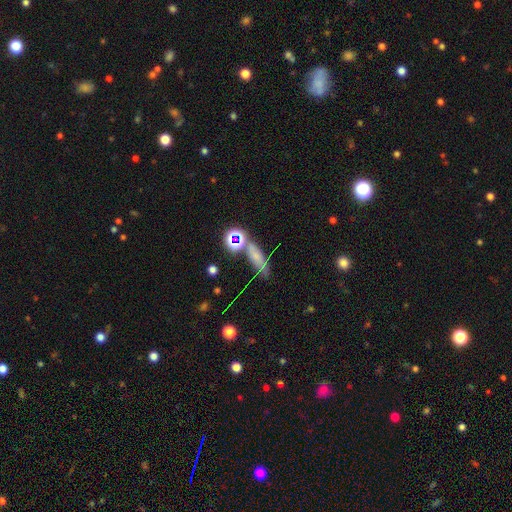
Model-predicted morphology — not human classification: A smooth galaxy with no disk features (50%).

Vote fractions:
- Smooth or featured? smooth: 50% / star or artifact: 28% / featured or disk: 22%
- Merging? none: 53% / minor disturbance: 20% / merger: 16% / major disturbance: 11%